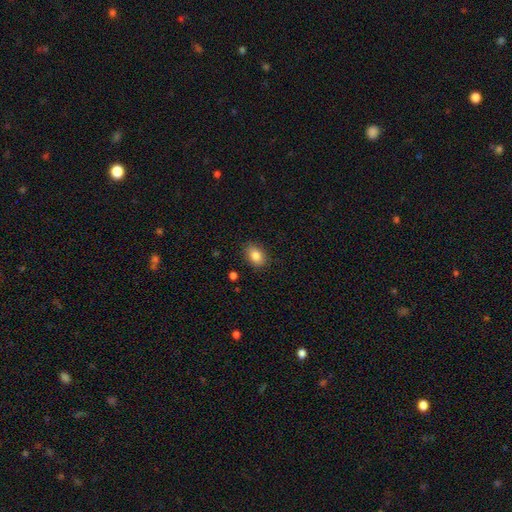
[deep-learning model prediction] Smooth or featured? Predicted: smooth (p=0.85). How rounded? Predicted: in between (p=0.81). Merging? Predicted: none (p=0.86).